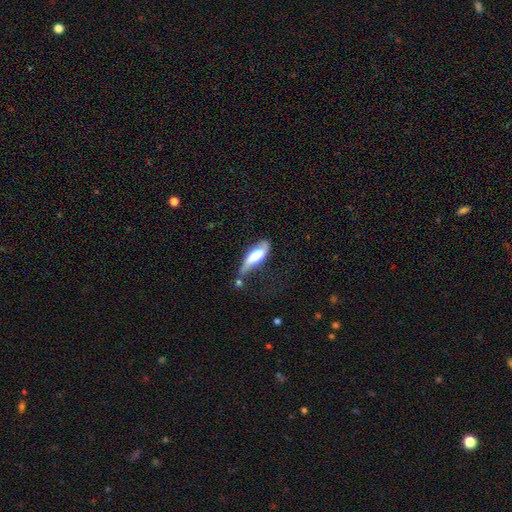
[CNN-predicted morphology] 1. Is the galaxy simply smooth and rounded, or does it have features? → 58% smooth, 35% featured or disk, 6% star or artifact.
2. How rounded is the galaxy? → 55% in between, 43% cigar-shaped, 2% round.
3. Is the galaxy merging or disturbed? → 35% minor disturbance, 34% none, 18% major disturbance, 12% merger.